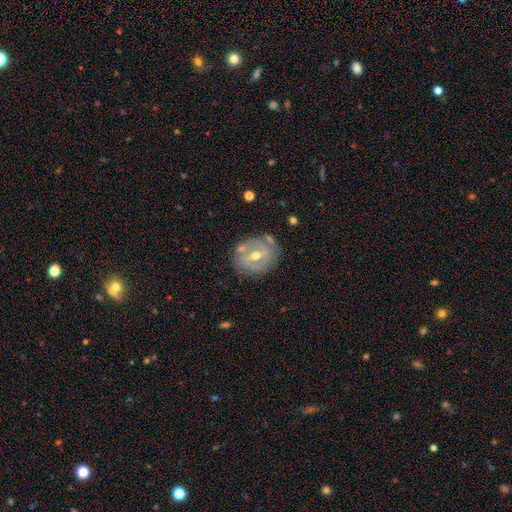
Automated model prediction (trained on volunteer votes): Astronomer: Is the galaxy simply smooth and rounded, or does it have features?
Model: featured or disk — 65%.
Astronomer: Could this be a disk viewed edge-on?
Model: no — 95%.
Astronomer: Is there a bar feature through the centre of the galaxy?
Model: weak — 45% (runner-up: no, 37%).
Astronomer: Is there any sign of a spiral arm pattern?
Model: yes — 51% (runner-up: no, 49%).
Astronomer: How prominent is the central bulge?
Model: moderate — 71%.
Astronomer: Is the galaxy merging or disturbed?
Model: none — 73%.